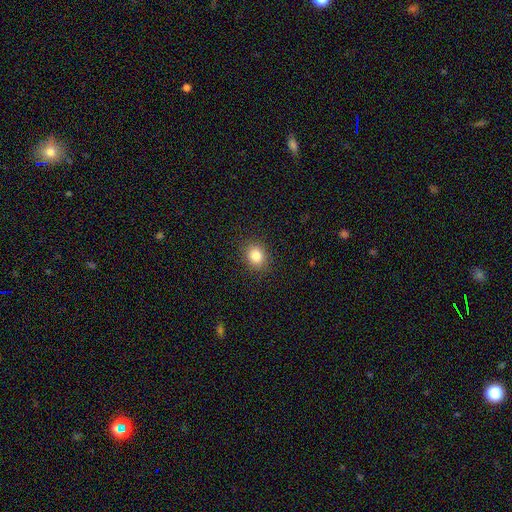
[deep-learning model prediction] This appears to be a smooth galaxy with no disk features (84%) that is round (61%). Merging: none (89%).